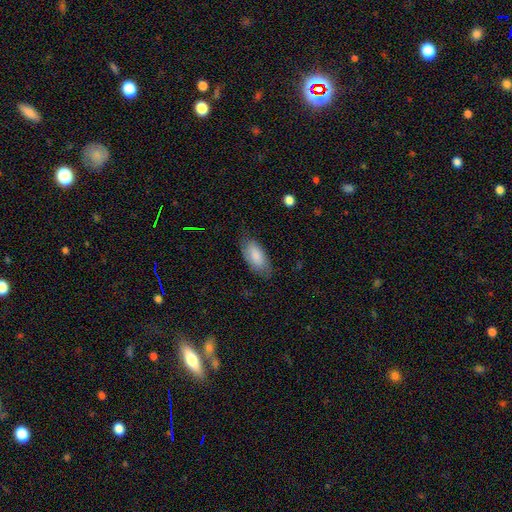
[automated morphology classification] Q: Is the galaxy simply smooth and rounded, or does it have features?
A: smooth — 81%.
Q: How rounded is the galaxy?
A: in between — 89%.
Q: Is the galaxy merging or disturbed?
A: none — 72%.